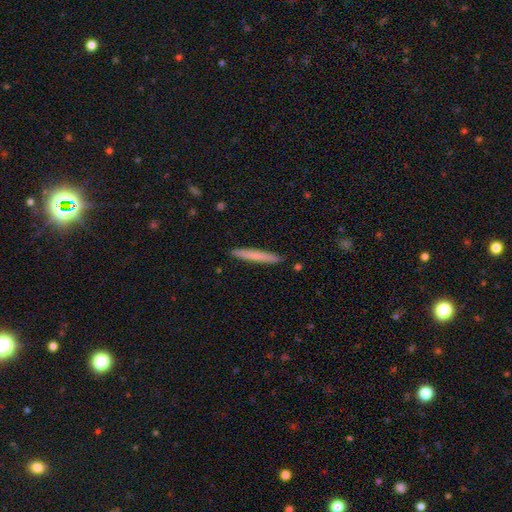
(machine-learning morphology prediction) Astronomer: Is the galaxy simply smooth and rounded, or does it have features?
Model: smooth — 72%.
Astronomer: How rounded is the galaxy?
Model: cigar-shaped — 97%.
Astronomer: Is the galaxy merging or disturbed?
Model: none — 92%.